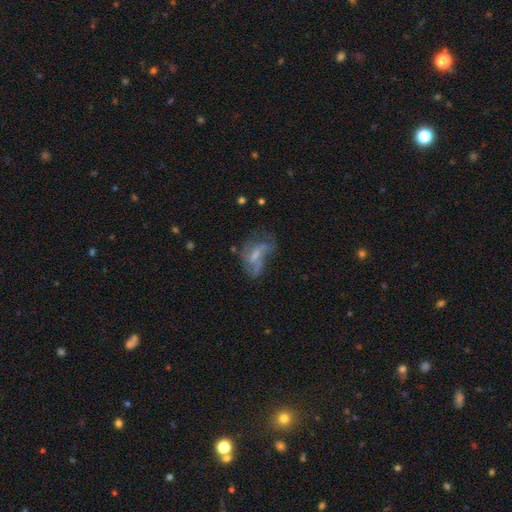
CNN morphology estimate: A featured or disk galaxy (55%) with no bar (52%), no spiral arms (56%) and a small central bulge (35%).

Vote fractions:
- Smooth or featured? featured or disk: 55% / smooth: 33% / star or artifact: 12%
- Edge-on disk? no: 95% / yes: 5%
- Bar? no: 52% / weak: 37% / strong: 11%
- Spiral arms? no: 56% / yes: 44%
- Bulge size? small: 35% / none: 34% / moderate: 26% / large: 4% / dominant: 1%
- Merging? major disturbance: 41% / none: 30% / minor disturbance: 21% / merger: 8%